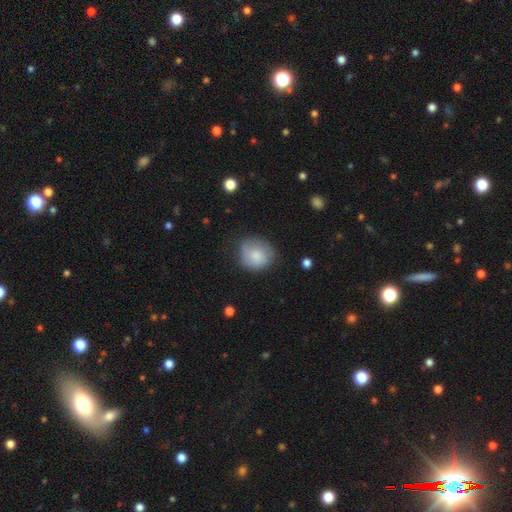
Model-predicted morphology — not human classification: smooth_or_featured: smooth (p=0.80) [alt: featured or disk p=0.13]
how_rounded: round (p=0.78) [alt: in between p=0.21]
merging: none (p=0.68) [alt: minor disturbance p=0.24]